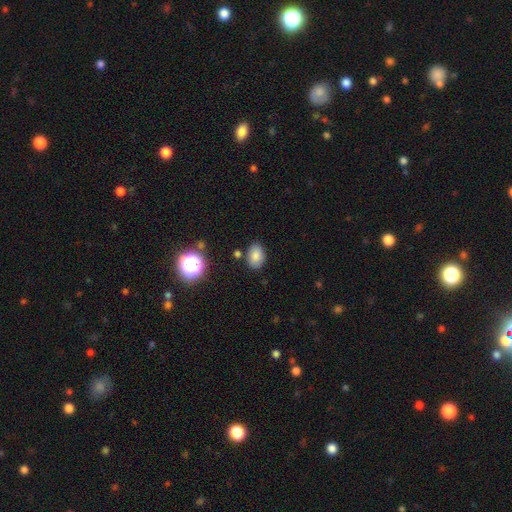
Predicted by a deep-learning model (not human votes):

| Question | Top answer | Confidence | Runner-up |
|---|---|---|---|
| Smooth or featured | smooth | 81% | star or artifact (12%) |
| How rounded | in between | 82% | round (17%) |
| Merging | none | 83% | minor disturbance (11%) |